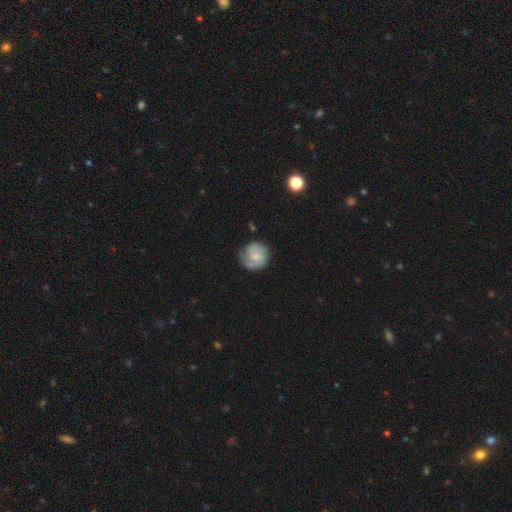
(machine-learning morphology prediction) Overall: smooth (48%; featured or disk 45%). Merging: none (71%).